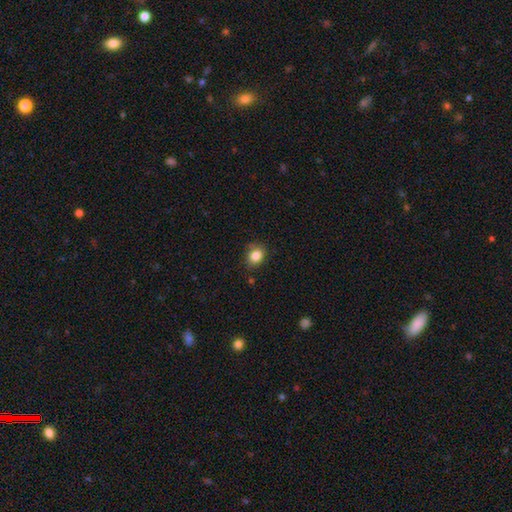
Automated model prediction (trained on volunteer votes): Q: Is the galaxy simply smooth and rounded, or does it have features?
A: smooth — 84%.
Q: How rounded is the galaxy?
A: round — 56%.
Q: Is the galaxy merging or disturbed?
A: none — 76%.